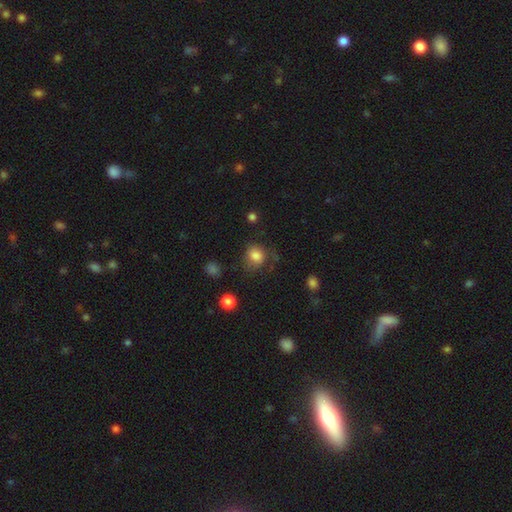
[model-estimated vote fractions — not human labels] A smooth galaxy with no disk features (81%) that is round (73%).

Vote fractions:
- Smooth or featured? smooth: 81% / star or artifact: 10% / featured or disk: 9%
- How rounded? round: 73% / in between: 26% / cigar-shaped: 1%
- Merging? none: 59% / minor disturbance: 23% / major disturbance: 16% / merger: 3%